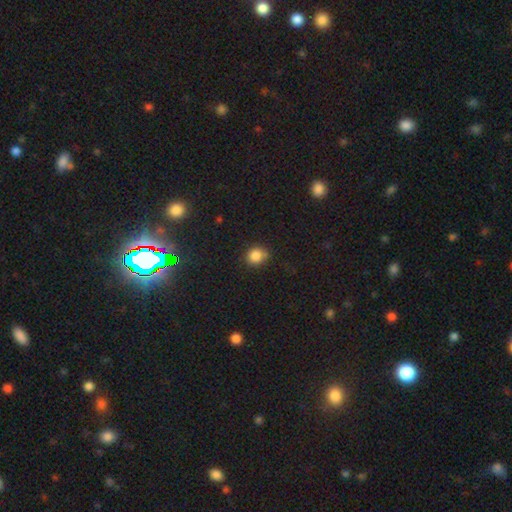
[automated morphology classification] smooth_or_featured: smooth (p=0.84) [alt: star or artifact p=0.11]
how_rounded: round (p=0.82) [alt: in between p=0.17]
merging: none (p=0.74) [alt: minor disturbance p=0.16]